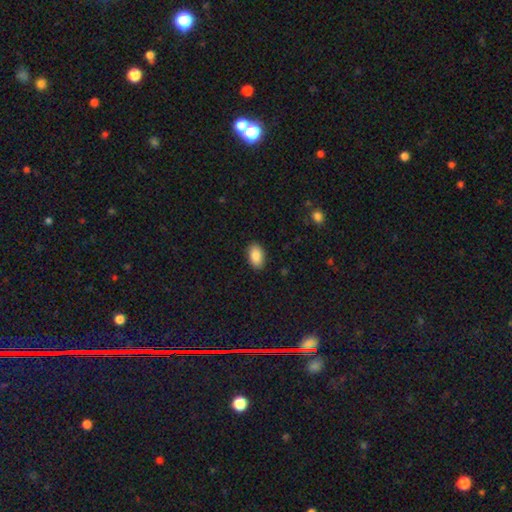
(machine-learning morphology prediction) This appears to be a smooth galaxy with no disk features (89%) that is in between round and cigar-shaped (93%). Merging: none (89%).